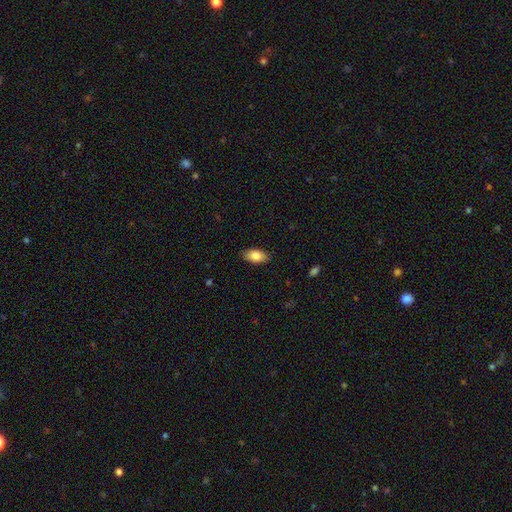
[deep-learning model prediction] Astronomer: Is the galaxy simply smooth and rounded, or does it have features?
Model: smooth — 84%.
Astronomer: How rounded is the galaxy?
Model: in between — 92%.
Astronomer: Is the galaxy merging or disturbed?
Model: none — 86%.